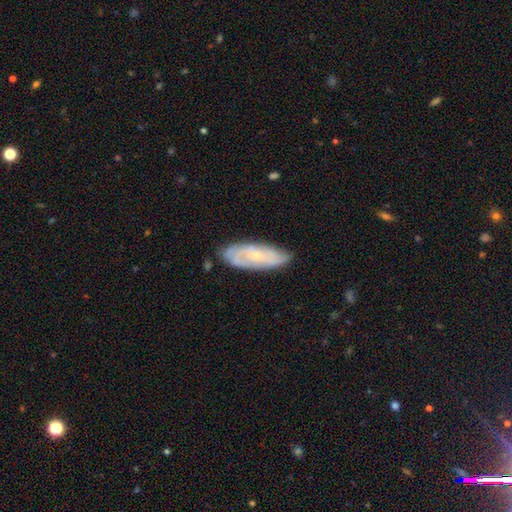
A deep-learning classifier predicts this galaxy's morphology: smooth-or-featured: featured or disk: 54% | smooth: 39% | star or artifact: 7%
  disk-edge-on: no: 83% | yes: 17%
  merging: none: 77% | minor disturbance: 18% | major disturbance: 4% | merger: 2%